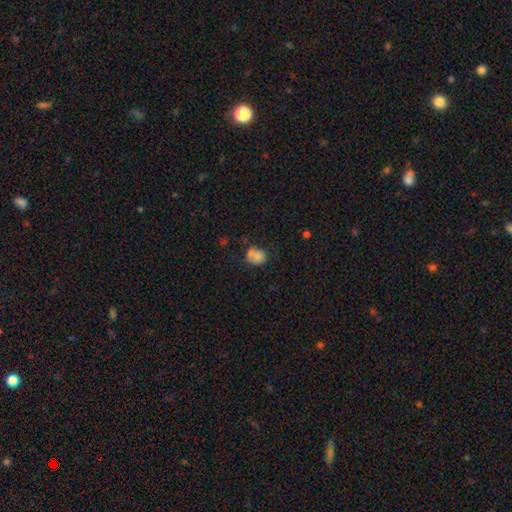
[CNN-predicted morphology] A smooth galaxy with no disk features (75%) that is round (63%).

Vote fractions:
- Smooth or featured? smooth: 75% / featured or disk: 14% / star or artifact: 10%
- How rounded? round: 63% / in between: 36% / cigar-shaped: 1%
- Merging? none: 40% / merger: 36% / minor disturbance: 17% / major disturbance: 6%